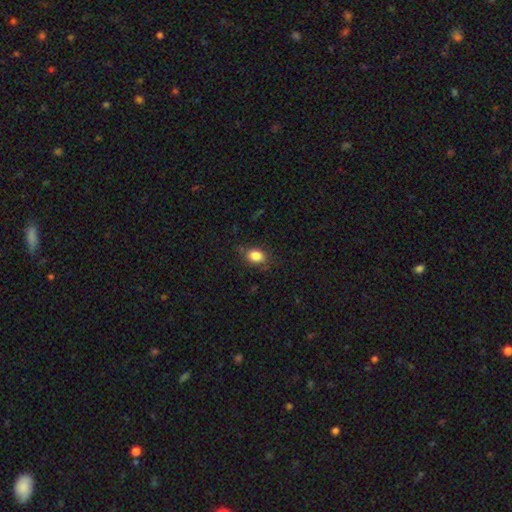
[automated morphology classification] Overall: smooth (84%). How rounded: in between (70%). Merging: none (78%).